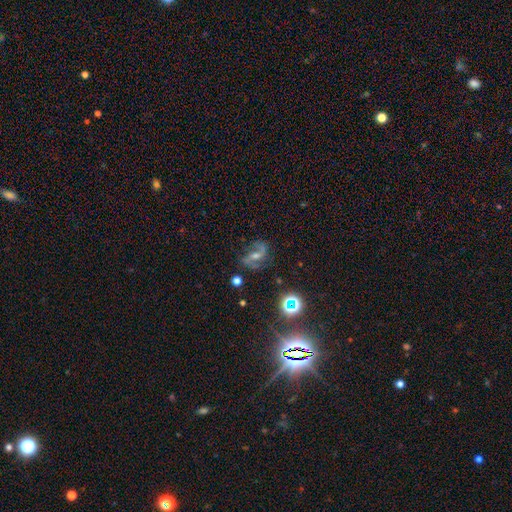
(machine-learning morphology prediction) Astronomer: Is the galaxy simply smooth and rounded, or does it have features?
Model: featured or disk — 75%.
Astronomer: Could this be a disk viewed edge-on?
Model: no — 96%.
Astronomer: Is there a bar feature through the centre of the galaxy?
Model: weak — 40% (runner-up: strong, 35%).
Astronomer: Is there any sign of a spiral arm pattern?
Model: yes — 95%.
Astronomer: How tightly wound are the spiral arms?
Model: loose — 45% (runner-up: medium, 43%).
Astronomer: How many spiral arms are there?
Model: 2 — 90%.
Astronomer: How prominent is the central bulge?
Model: moderate — 52% (runner-up: small, 41%).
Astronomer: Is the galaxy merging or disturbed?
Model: none — 75%.